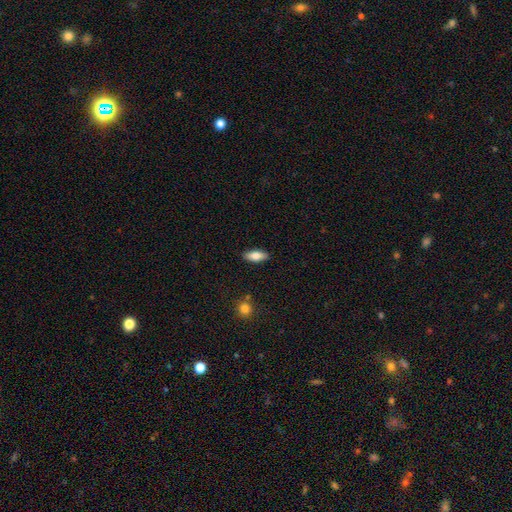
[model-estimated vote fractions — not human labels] A smooth galaxy with no disk features (80%) that is in between round and cigar-shaped (81%).

Vote fractions:
- Smooth or featured? smooth: 80% / featured or disk: 13% / star or artifact: 6%
- How rounded? in between: 81% / cigar-shaped: 17% / round: 2%
- Merging? none: 88% / minor disturbance: 9% / major disturbance: 2% / merger: 1%